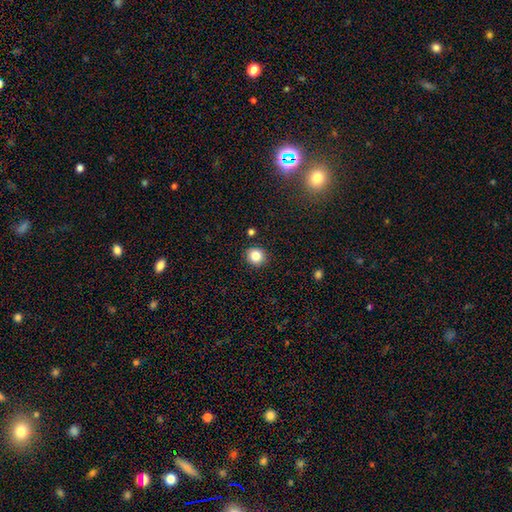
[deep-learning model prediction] Smooth or featured: smooth — 83% (star or artifact — 11%)
How rounded: round — 89% (in between — 10%)
Merging: none — 90% (minor disturbance — 6%)